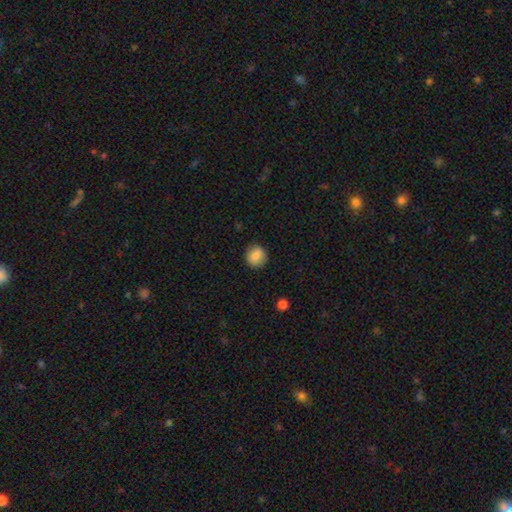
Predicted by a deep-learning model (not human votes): smooth-or-featured: smooth: 85% | star or artifact: 8% | featured or disk: 6%
  how-rounded: round: 84% | in between: 15% | cigar-shaped: 1%
  merging: none: 85% | minor disturbance: 11% | major disturbance: 3% | merger: 1%